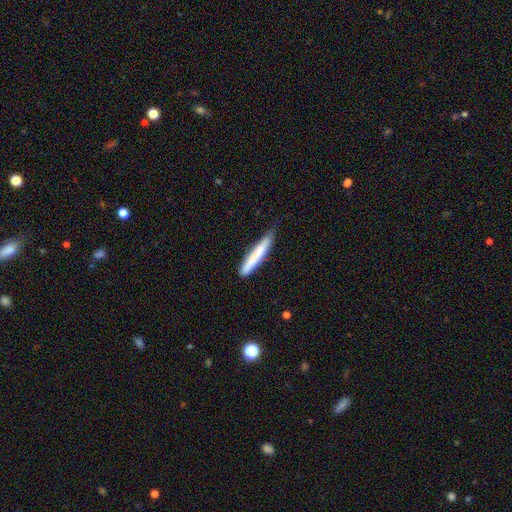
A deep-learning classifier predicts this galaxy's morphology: Overall: smooth (74%). How rounded: cigar-shaped (94%). Merging: none (73%).